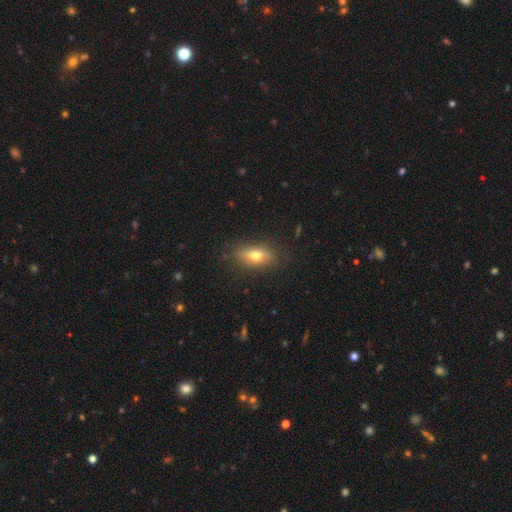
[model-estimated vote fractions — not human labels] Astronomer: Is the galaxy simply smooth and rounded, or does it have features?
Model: smooth — 55% (runner-up: featured or disk, 37%).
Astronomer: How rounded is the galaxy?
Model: in between — 72%.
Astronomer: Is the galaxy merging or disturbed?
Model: none — 80%.